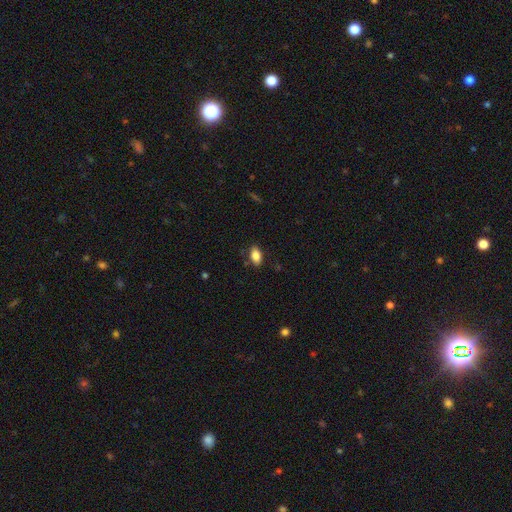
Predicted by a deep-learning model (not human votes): A smooth galaxy with no disk features (86%) that is in between round and cigar-shaped (90%).

Vote fractions:
- Smooth or featured? smooth: 86% / star or artifact: 8% / featured or disk: 6%
- How rounded? in between: 90% / round: 6% / cigar-shaped: 3%
- Merging? none: 84% / minor disturbance: 12% / major disturbance: 3% / merger: 1%